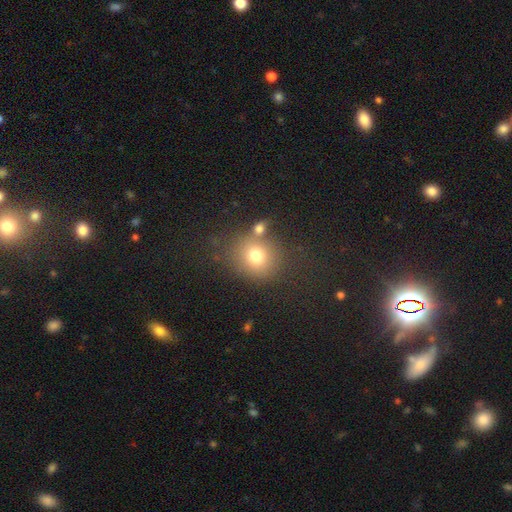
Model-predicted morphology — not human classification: smooth 74%, star or artifact 14%, featured or disk 12%. Down the decision tree: how rounded — round (78%); merging — none (66%).